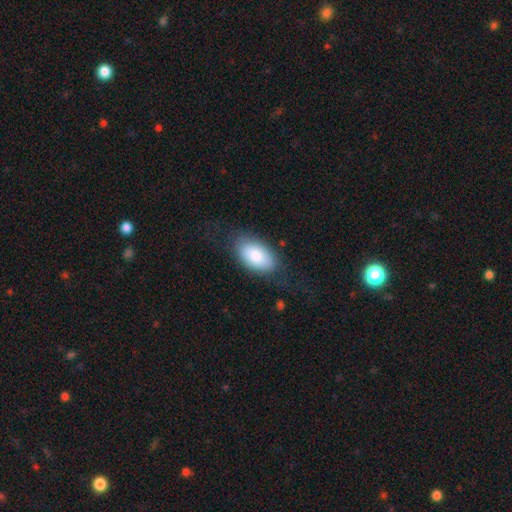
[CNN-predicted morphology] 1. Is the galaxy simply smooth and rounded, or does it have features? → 83% smooth, 11% featured or disk, 6% star or artifact.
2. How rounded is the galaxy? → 94% in between, 4% round, 2% cigar-shaped.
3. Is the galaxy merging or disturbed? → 74% none, 17% minor disturbance, 8% major disturbance, 1% merger.